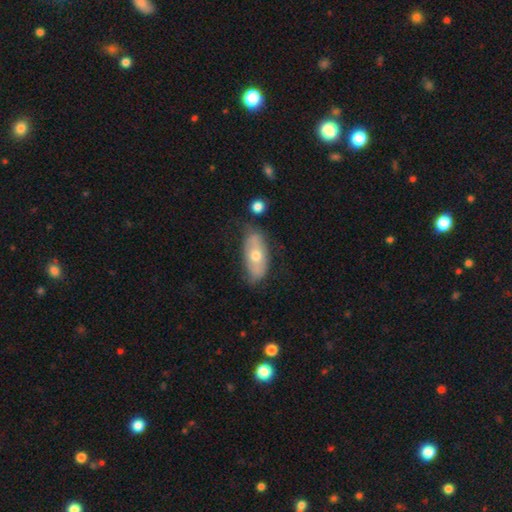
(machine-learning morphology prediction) This appears to be a smooth galaxy with no disk features (50%) that is in between round and cigar-shaped (87%). Merging: none (67%).